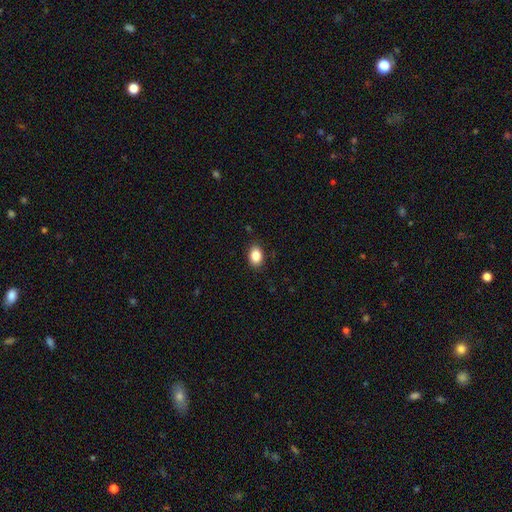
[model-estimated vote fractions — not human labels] Smooth or featured: smooth — 86% (star or artifact — 9%)
How rounded: in between — 78% (round — 21%)
Merging: none — 86% (minor disturbance — 10%)